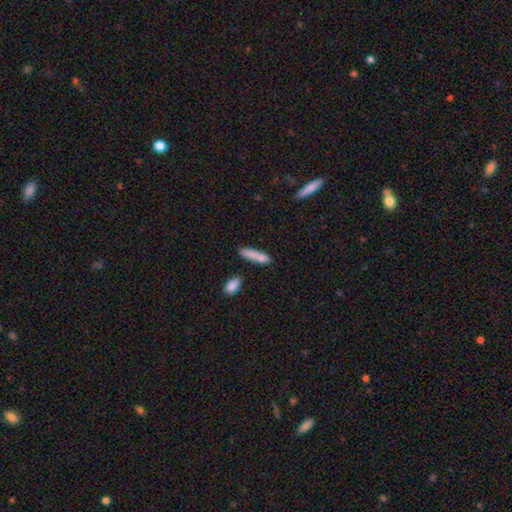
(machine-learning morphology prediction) Smooth or featured: smooth — 82% (featured or disk — 11%)
How rounded: cigar-shaped — 74% (in between — 23%)
Merging: none — 67% (minor disturbance — 18%)